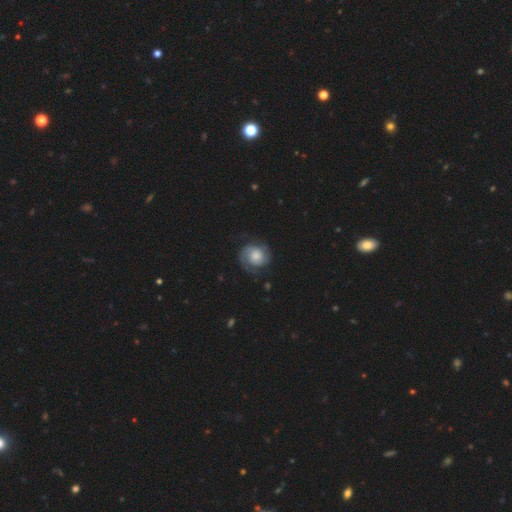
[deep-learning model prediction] A featured or disk galaxy (72%) with no bar (70%), 2 (80%) tight (48%) spiral arms (95%) and a moderate central bulge (38%).

Vote fractions:
- Smooth or featured? featured or disk: 72% / smooth: 21% / star or artifact: 7%
- Edge-on disk? no: 98% / yes: 2%
- Bar? no: 70% / weak: 26% / strong: 4%
- Spiral arms? yes: 95% / no: 5%
- Spiral winding? tight: 48% / medium: 39% / loose: 13%
- Spiral arm count? 2: 80% / 1: 7% / can't tell: 7% / 3: 3% / 4: 1% / more than 4: 1%
- Bulge size? moderate: 38% / small: 26% / large: 23% / none: 10% / dominant: 4%
- Merging? none: 75% / minor disturbance: 16% / major disturbance: 8% / merger: 1%